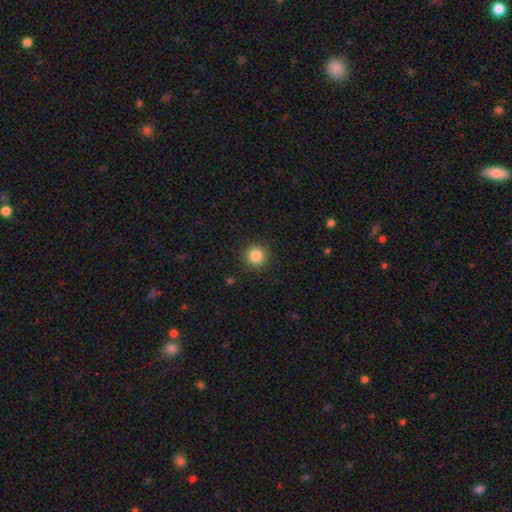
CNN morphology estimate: The model was most divided on "smooth or featured": smooth: 85%, star or artifact: 11%, featured or disk: 4%. More confident: how rounded — round (95%); merging — none (91%).